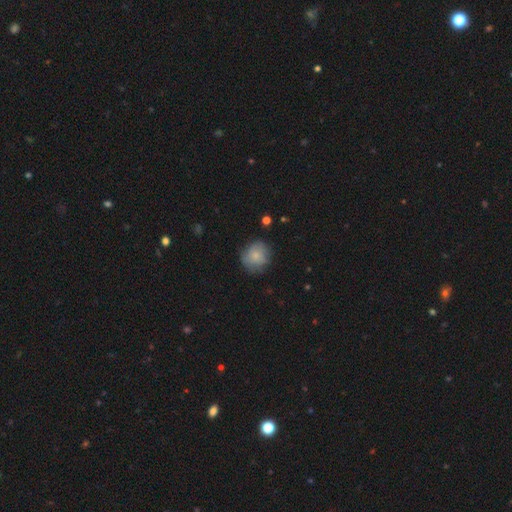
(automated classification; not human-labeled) Overall: smooth (76%). How rounded: round (84%). Merging: none (71%).